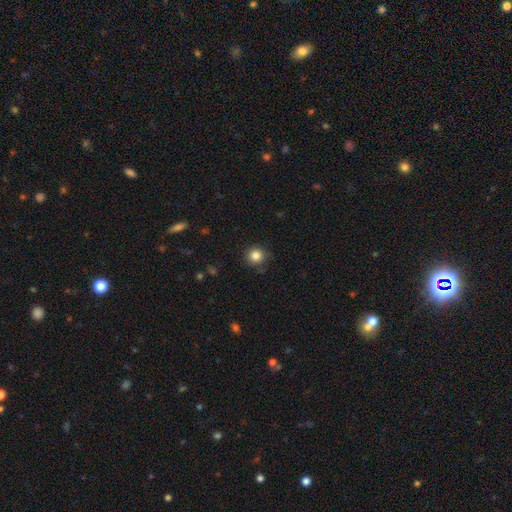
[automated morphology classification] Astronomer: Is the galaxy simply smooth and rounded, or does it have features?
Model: smooth — 84%.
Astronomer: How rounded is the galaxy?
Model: round — 94%.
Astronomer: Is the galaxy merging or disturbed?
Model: none — 86%.